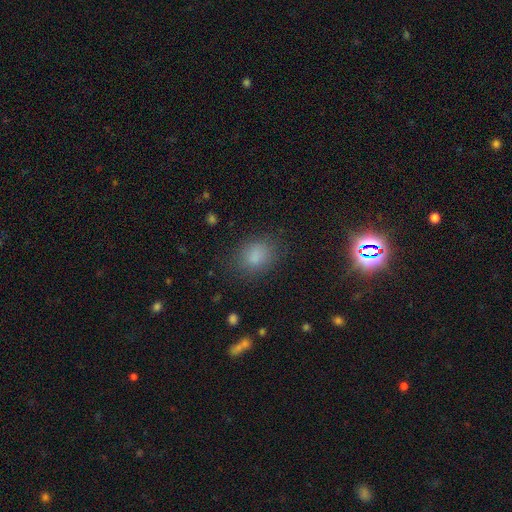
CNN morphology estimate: Q: Smooth or featured?
A: smooth (82%); runner-up: star or artifact (13%)
Q: How rounded?
A: in between (51%); runner-up: round (48%)
Q: Merging?
A: none (80%); runner-up: minor disturbance (14%)